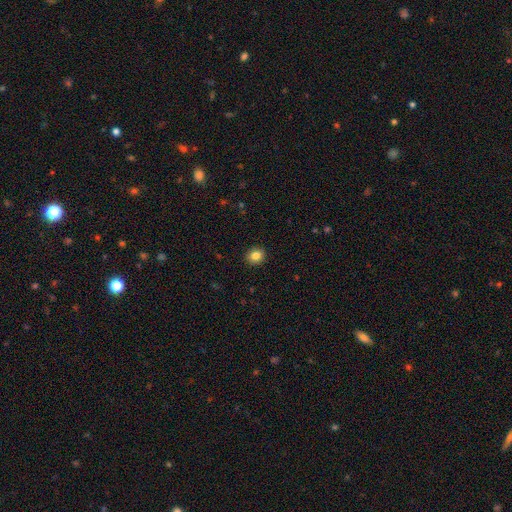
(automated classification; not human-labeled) Overall: smooth (84%). How rounded: round (75%). Merging: none (92%).